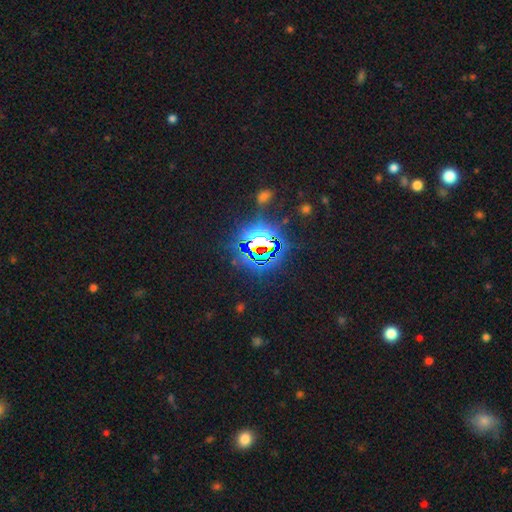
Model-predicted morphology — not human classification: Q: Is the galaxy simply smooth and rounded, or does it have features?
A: star or artifact — 82%.